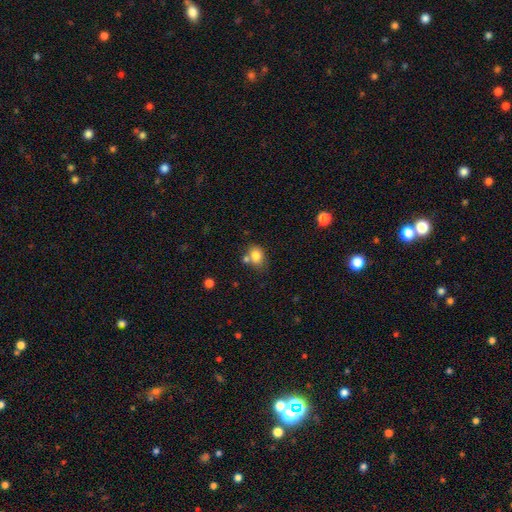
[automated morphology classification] Smooth or featured?
  - smooth: 80% *
  - star or artifact: 10%
  - featured or disk: 9%
How rounded?
  - in between: 56% *
  - round: 43%
  - cigar-shaped: 1%
Merging?
  - none: 52% *
  - merger: 26%
  - minor disturbance: 17%
  - major disturbance: 5%